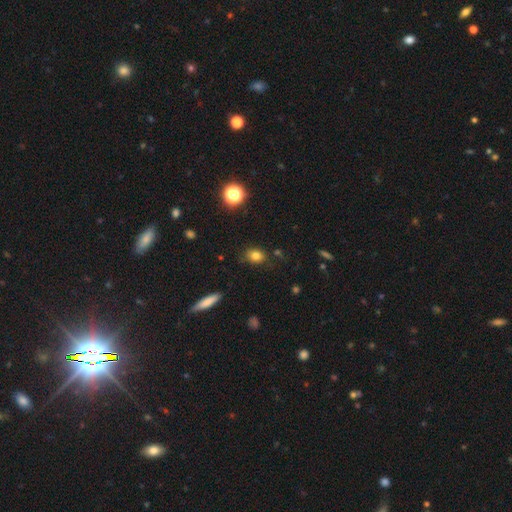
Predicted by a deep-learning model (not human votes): Q: Smooth or featured?
A: smooth (80%); runner-up: star or artifact (13%)
Q: How rounded?
A: in between (59%); runner-up: round (39%)
Q: Merging?
A: none (78%); runner-up: minor disturbance (16%)